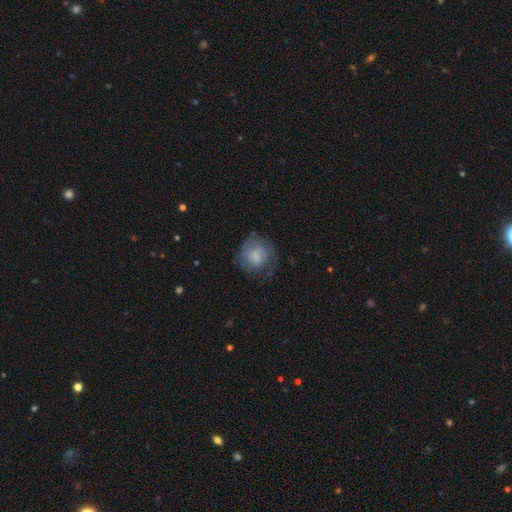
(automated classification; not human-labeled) smooth-or-featured: smooth: 61% | featured or disk: 31% | star or artifact: 8%
  how-rounded: round: 86% | in between: 13% | cigar-shaped: 1%
  merging: none: 63% | minor disturbance: 22% | major disturbance: 14% | merger: 1%